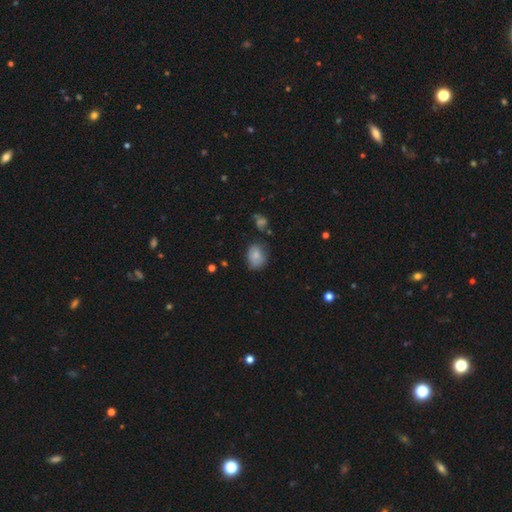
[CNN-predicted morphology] smooth 80%, featured or disk 11%, star or artifact 9%. Down the decision tree: how rounded — in between (61%); merging — none (61%).